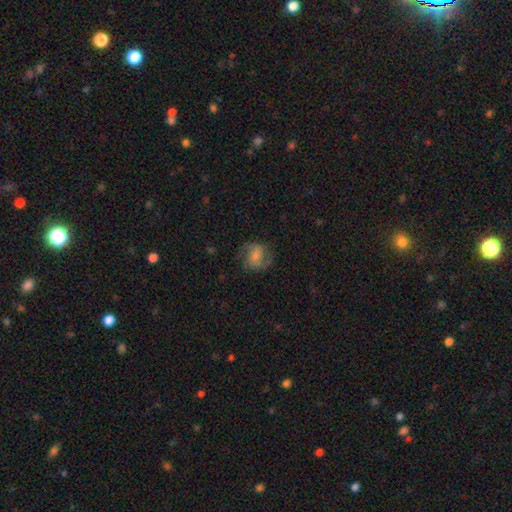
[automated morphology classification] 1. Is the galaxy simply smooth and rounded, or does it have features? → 65% featured or disk, 27% smooth, 9% star or artifact.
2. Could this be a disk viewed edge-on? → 98% no, 2% yes.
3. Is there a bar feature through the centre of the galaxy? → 51% no, 38% weak, 11% strong.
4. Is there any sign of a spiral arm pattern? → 93% yes, 7% no.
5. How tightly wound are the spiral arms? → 52% medium, 28% loose, 20% tight.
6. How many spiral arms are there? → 87% 2, 5% can't tell, 2% 3, 2% 1, 1% 4, 1% more than 4.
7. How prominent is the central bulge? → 41% small, 30% moderate, 18% none, 9% large, 2% dominant.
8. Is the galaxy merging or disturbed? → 72% none, 17% minor disturbance, 10% major disturbance, 1% merger.